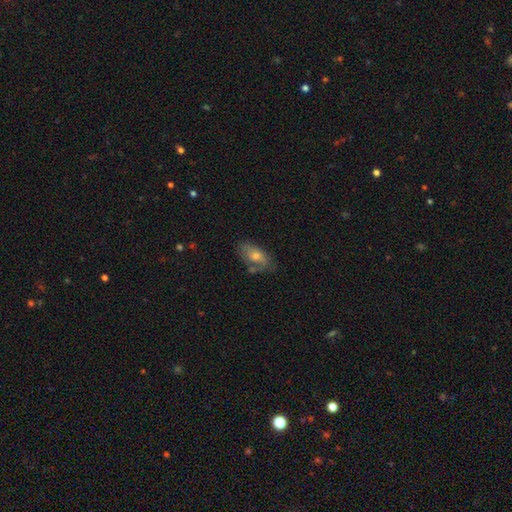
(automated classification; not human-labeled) Smooth or featured?
  - smooth: 57% *
  - featured or disk: 33%
  - star or artifact: 10%
How rounded?
  - in between: 86% *
  - cigar-shaped: 8%
  - round: 5%
Merging?
  - none: 66% *
  - minor disturbance: 21%
  - merger: 6%
  - major disturbance: 6%